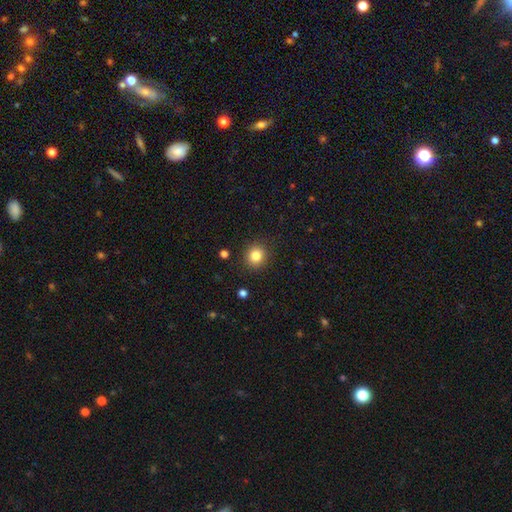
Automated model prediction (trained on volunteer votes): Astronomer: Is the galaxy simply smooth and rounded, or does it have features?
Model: smooth — 83%.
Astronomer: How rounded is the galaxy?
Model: round — 87%.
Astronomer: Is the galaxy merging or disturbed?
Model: none — 90%.